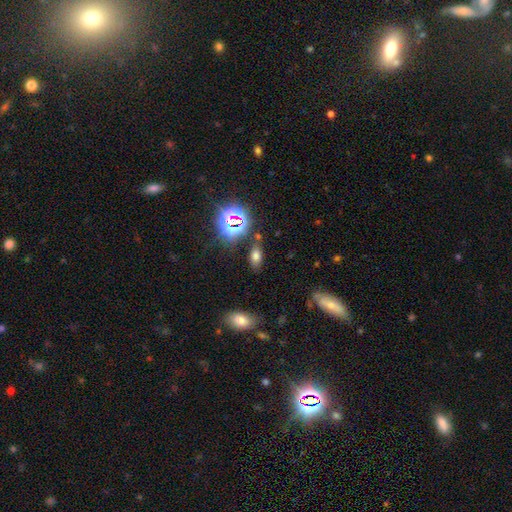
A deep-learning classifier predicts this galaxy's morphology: type=smooth (64%); roundness=in between (86%); merging=none (78%).